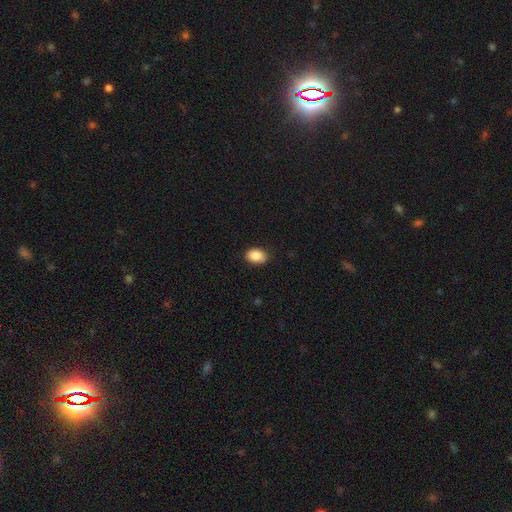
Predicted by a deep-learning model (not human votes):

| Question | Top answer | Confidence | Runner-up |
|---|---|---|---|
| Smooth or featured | smooth | 86% | star or artifact (8%) |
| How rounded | in between | 82% | round (17%) |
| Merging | none | 84% | minor disturbance (13%) |